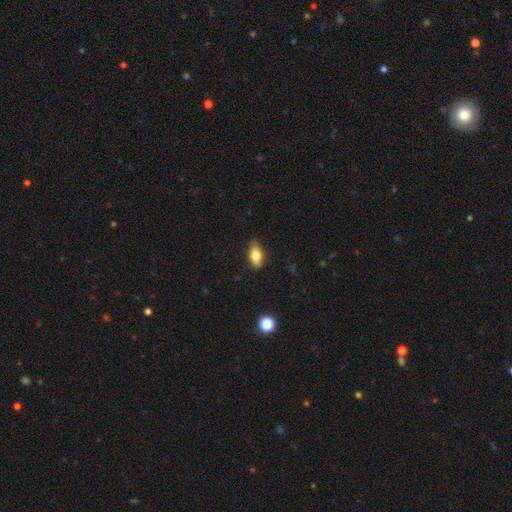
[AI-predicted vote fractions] A smooth galaxy with no disk features (79%) that is in between round and cigar-shaped (88%).

Vote fractions:
- Smooth or featured? smooth: 79% / featured or disk: 13% / star or artifact: 8%
- How rounded? in between: 88% / cigar-shaped: 6% / round: 6%
- Merging? none: 83% / minor disturbance: 13% / major disturbance: 2% / merger: 1%